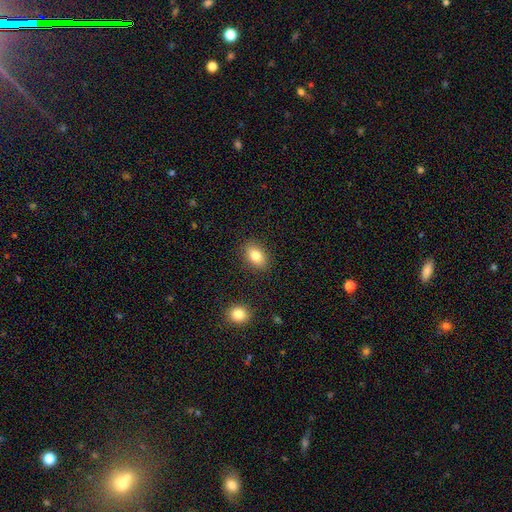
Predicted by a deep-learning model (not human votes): Smooth or featured? smooth (82%)
How rounded? in between (84%)
Merging? none (87%)